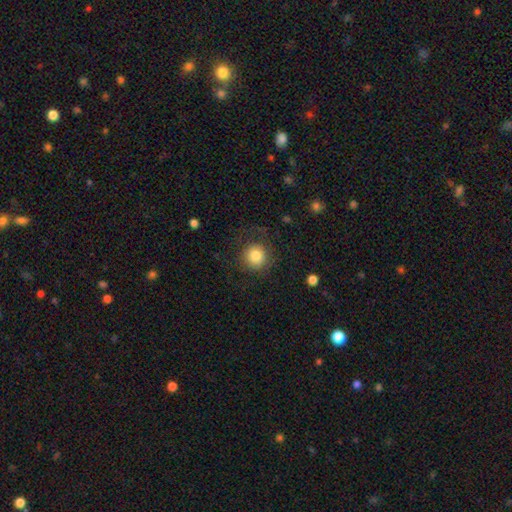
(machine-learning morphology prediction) smooth 82%, star or artifact 9%, featured or disk 9%. Down the decision tree: how rounded — round (93%); merging — none (80%).